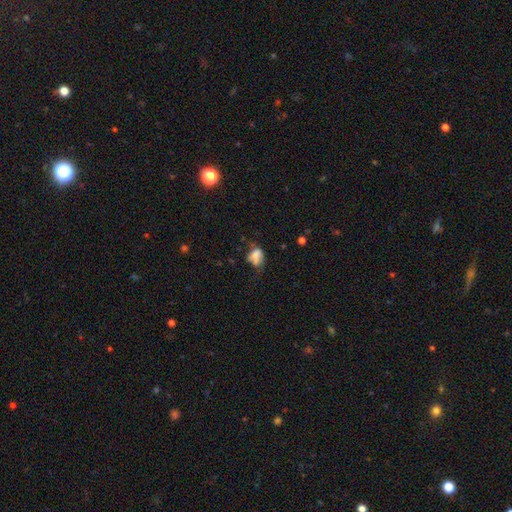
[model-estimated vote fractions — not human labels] A smooth galaxy with no disk features (66%) that is in between round and cigar-shaped (70%). Merging: none (32%).